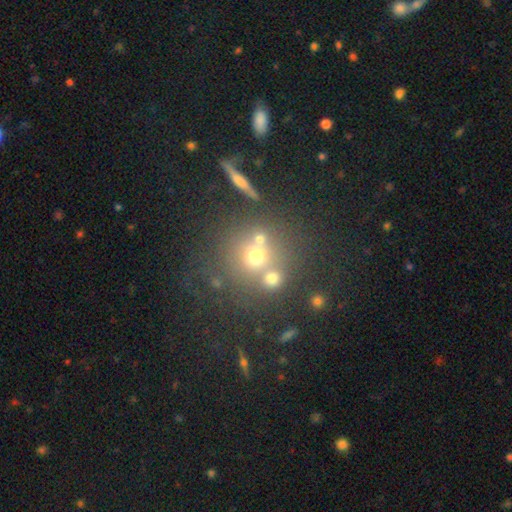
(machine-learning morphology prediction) Smooth or featured? Predicted: smooth (p=0.61). How rounded? Predicted: round (p=0.89). Merging? Predicted: none (p=0.59).